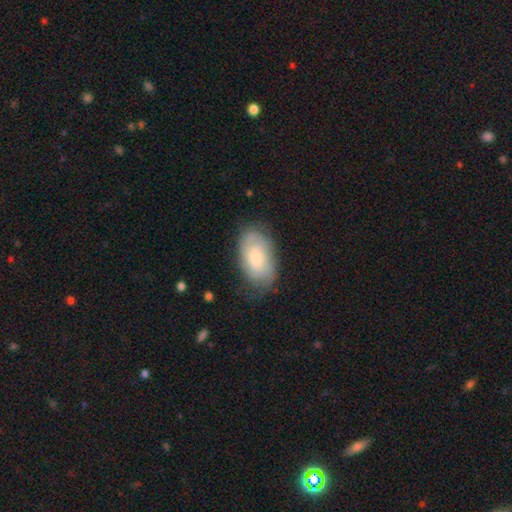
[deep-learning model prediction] Smooth or featured? smooth (47%)
Merging? none (71%)